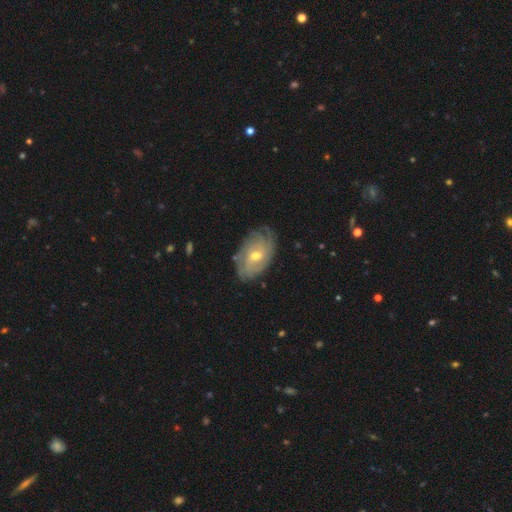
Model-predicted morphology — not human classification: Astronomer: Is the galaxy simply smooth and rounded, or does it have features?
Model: featured or disk — 77%.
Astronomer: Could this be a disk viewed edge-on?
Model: no — 95%.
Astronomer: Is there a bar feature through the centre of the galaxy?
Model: no — 53% (runner-up: weak, 39%).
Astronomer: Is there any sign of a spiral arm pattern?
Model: yes — 90%.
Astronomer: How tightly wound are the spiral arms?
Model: tight — 69%.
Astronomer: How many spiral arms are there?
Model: can't tell — 50%.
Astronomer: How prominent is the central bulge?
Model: moderate — 60% (runner-up: small, 37%).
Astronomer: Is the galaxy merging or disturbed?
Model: none — 74%.